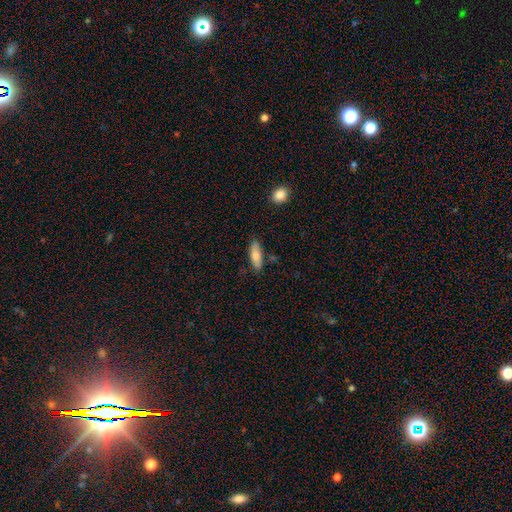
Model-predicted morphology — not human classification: type=smooth (80%); roundness=in between (54%); merging=none (81%).